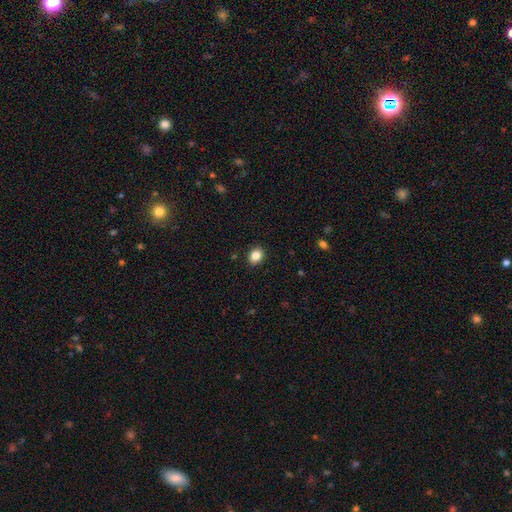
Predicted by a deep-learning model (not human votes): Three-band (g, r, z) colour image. It shows a smooth galaxy with no disk features (86%) that is in between round and cigar-shaped (52%). Merging: none (91%).